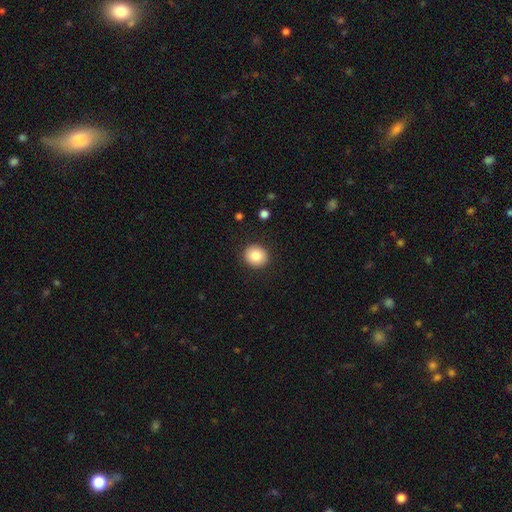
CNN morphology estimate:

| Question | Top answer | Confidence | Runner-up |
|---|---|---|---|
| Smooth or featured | smooth | 83% | star or artifact (9%) |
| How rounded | round | 88% | in between (11%) |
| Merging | none | 91% | minor disturbance (6%) |